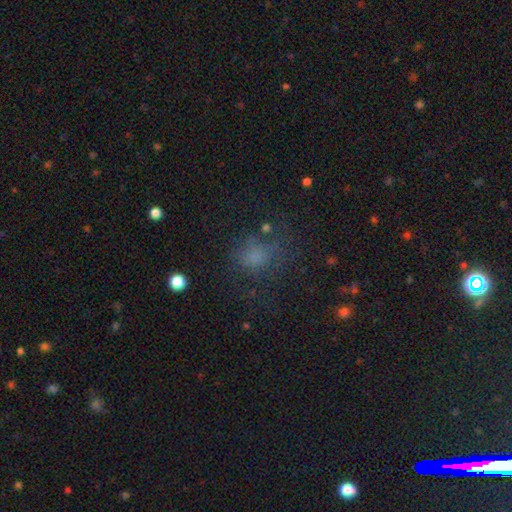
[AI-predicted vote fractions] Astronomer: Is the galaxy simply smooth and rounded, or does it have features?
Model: smooth — 65%.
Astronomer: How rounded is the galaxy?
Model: round — 65%.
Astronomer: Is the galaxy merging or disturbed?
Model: none — 56%.